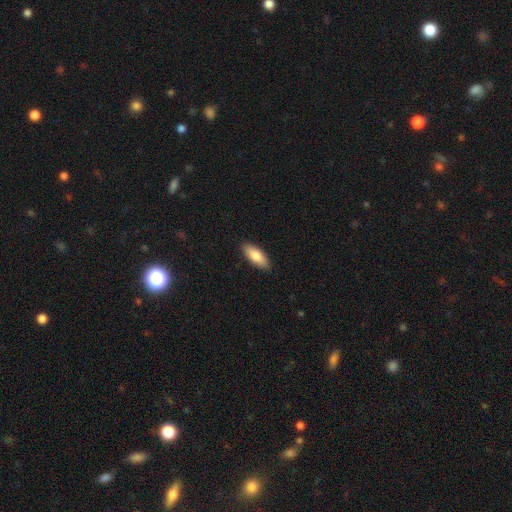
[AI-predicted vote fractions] This appears to be a smooth galaxy with no disk features (84%) that is in between round and cigar-shaped (79%). Merging: none (89%).